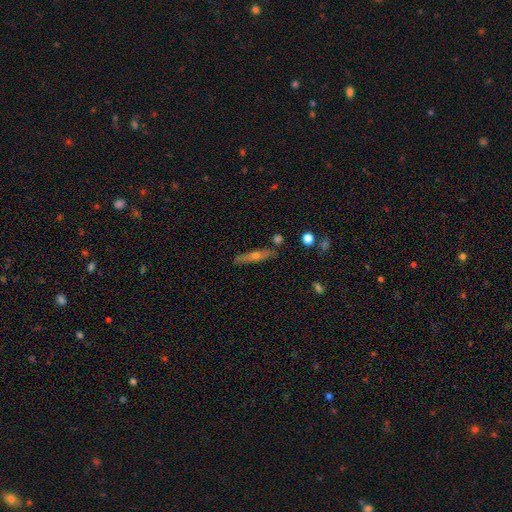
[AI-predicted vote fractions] smooth-or-featured: featured or disk: 55% | smooth: 36% | star or artifact: 8%
  disk-edge-on: yes: 88% | no: 12%
  merging: none: 83% | minor disturbance: 11% | merger: 3% | major disturbance: 2%